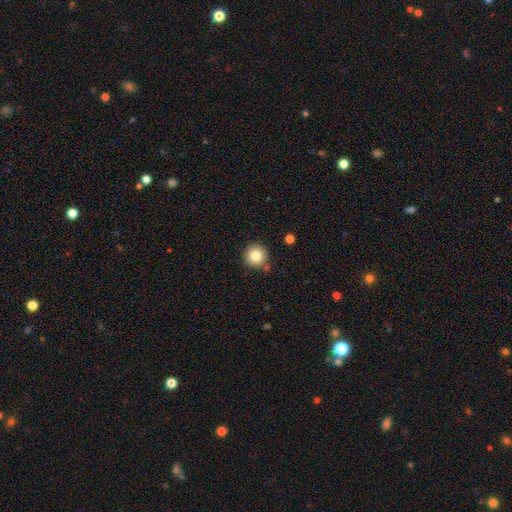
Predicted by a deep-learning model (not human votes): smooth 82%, star or artifact 10%, featured or disk 8%. Down the decision tree: how rounded — round (95%); merging — none (84%).